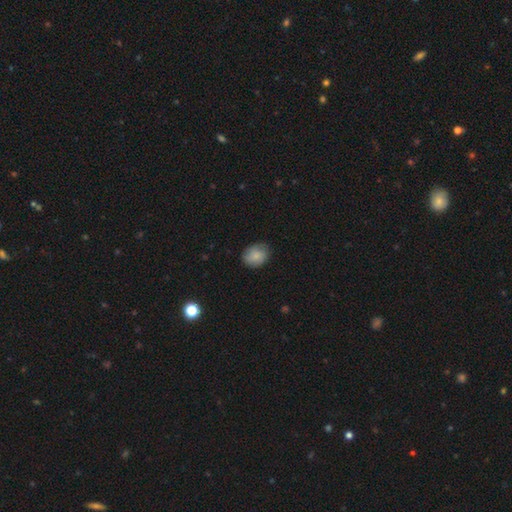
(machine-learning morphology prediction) smooth_or_featured: smooth (p=0.83) [alt: featured or disk p=0.10]
how_rounded: in between (p=0.53) [alt: round p=0.46]
merging: none (p=0.79) [alt: minor disturbance p=0.16]